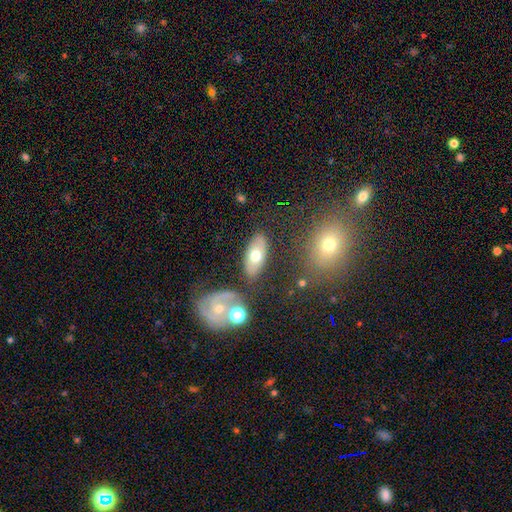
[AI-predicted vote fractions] Smooth or featured: smooth — 62% (featured or disk — 31%)
How rounded: in between — 87% (cigar-shaped — 9%)
Merging: none — 79% (minor disturbance — 12%)